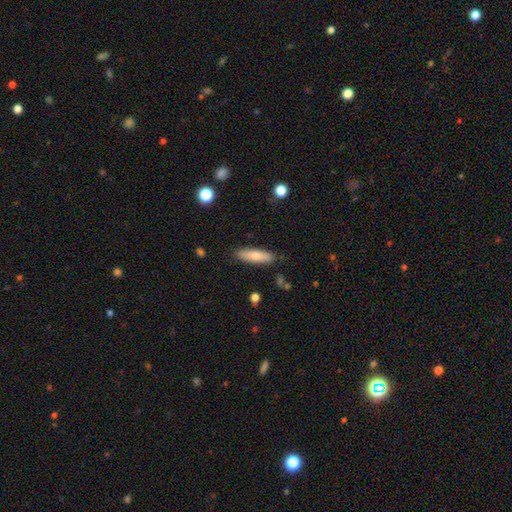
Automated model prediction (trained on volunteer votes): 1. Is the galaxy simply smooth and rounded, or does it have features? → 75% smooth, 19% featured or disk, 6% star or artifact.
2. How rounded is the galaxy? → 63% cigar-shaped, 35% in between, 2% round.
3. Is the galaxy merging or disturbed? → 86% none, 10% minor disturbance, 2% major disturbance, 2% merger.